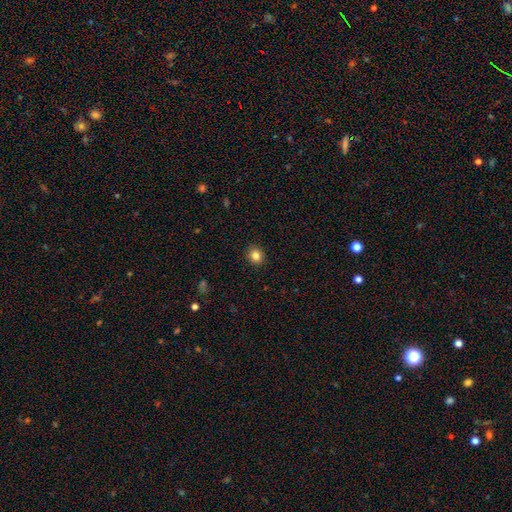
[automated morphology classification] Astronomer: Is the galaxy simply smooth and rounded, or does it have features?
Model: smooth — 83%.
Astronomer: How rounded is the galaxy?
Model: round — 83%.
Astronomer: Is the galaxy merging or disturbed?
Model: none — 92%.